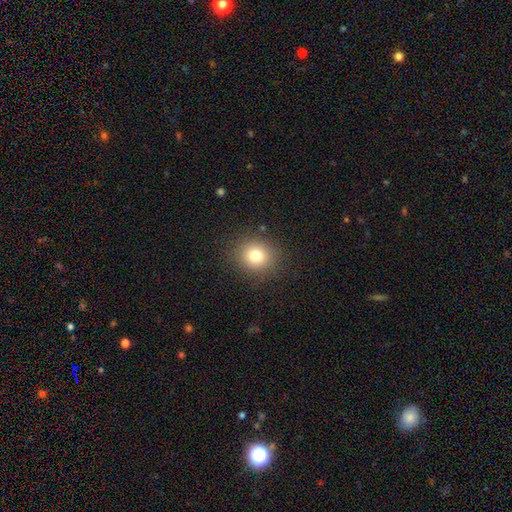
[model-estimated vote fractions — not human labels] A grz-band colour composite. It shows a smooth galaxy with no disk features (78%) that is round (82%). Merging: none (88%).